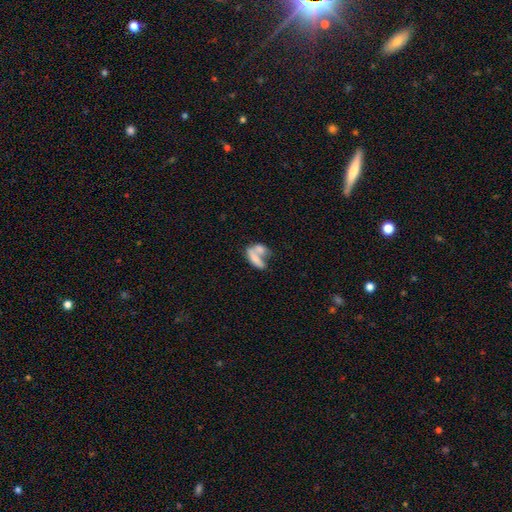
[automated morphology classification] A smooth galaxy with no disk features (64%) that is in between round and cigar-shaped (75%).

Vote fractions:
- Smooth or featured? smooth: 64% / featured or disk: 27% / star or artifact: 9%
- How rounded? in between: 75% / cigar-shaped: 16% / round: 9%
- Merging? merger: 64% / none: 19% / major disturbance: 9% / minor disturbance: 8%